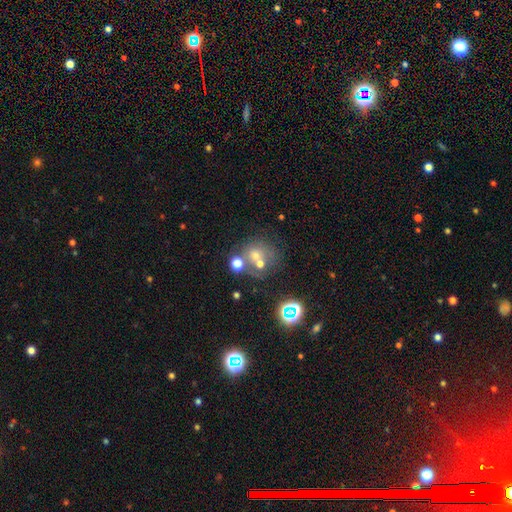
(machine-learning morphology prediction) Q: Smooth or featured?
A: smooth (49%); runner-up: star or artifact (27%)
Q: Merging?
A: none (45%); runner-up: merger (38%)